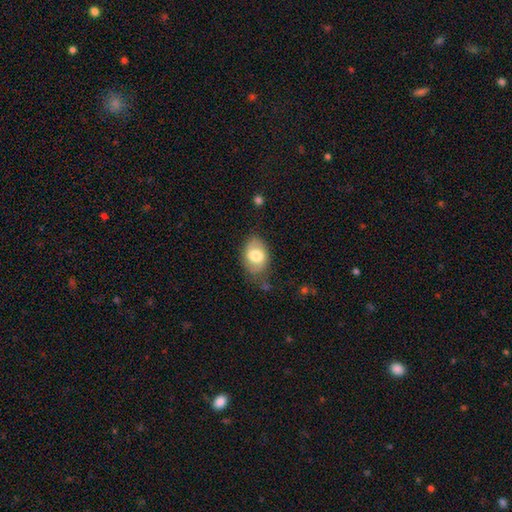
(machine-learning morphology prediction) type=smooth (73%); roundness=in between (80%); merging=none (63%).